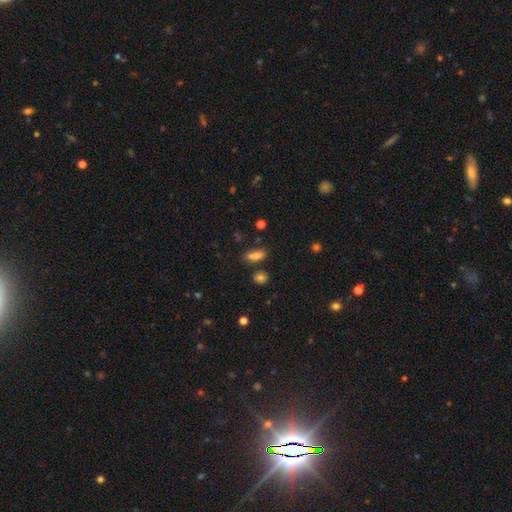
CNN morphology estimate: Smooth or featured? smooth (76%)
How rounded? in between (71%)
Merging? none (69%)